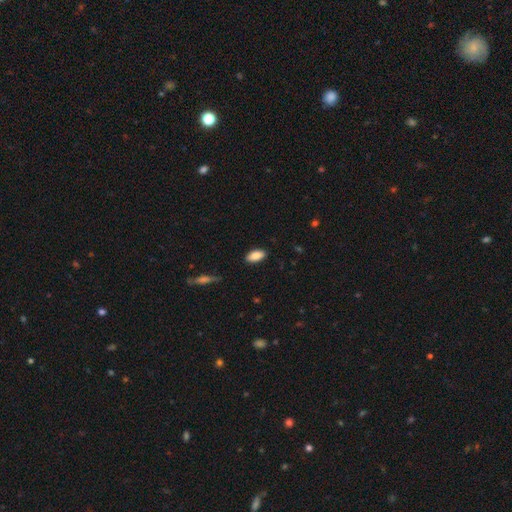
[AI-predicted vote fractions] This appears to be a smooth galaxy with no disk features (87%) that is in between round and cigar-shaped (92%). Merging: none (87%).